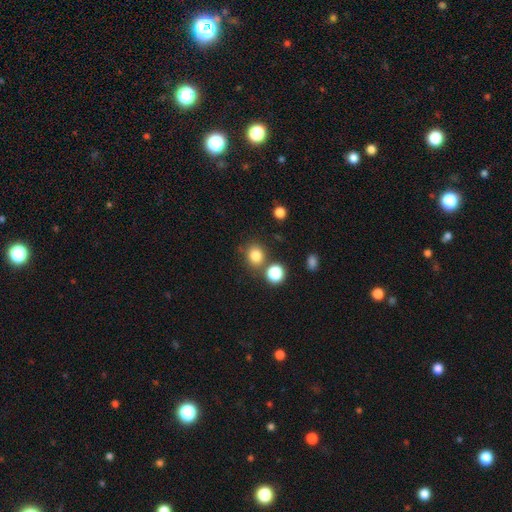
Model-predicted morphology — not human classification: smooth 81%, star or artifact 13%, featured or disk 6%. Down the decision tree: how rounded — round (79%); merging — none (74%).